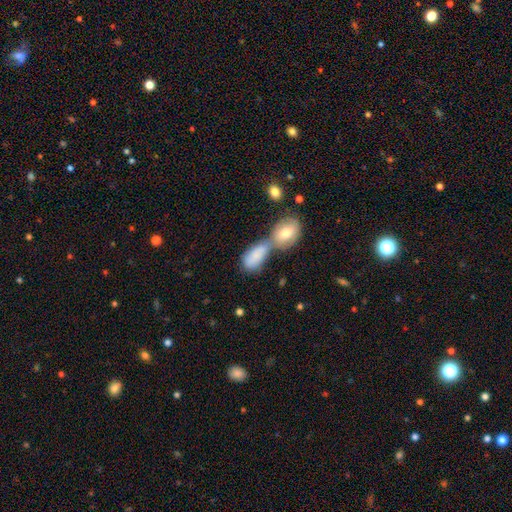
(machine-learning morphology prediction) Q: Smooth or featured?
A: smooth (79%); runner-up: featured or disk (13%)
Q: How rounded?
A: in between (86%); runner-up: round (7%)
Q: Merging?
A: merger (63%); runner-up: none (21%)